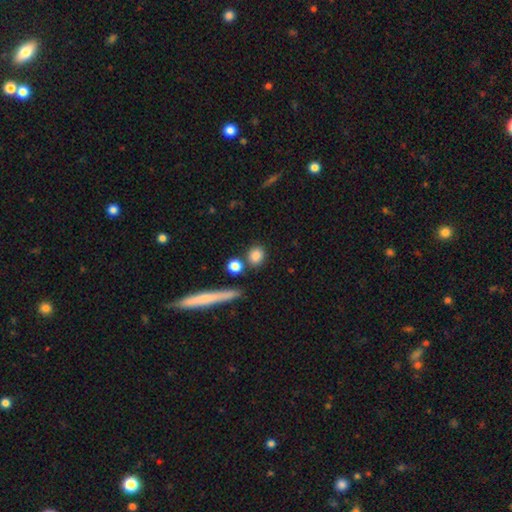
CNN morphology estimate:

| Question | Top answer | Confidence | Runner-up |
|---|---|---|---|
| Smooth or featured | smooth | 84% | star or artifact (9%) |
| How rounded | round | 67% | in between (27%) |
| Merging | none | 75% | merger (11%) |